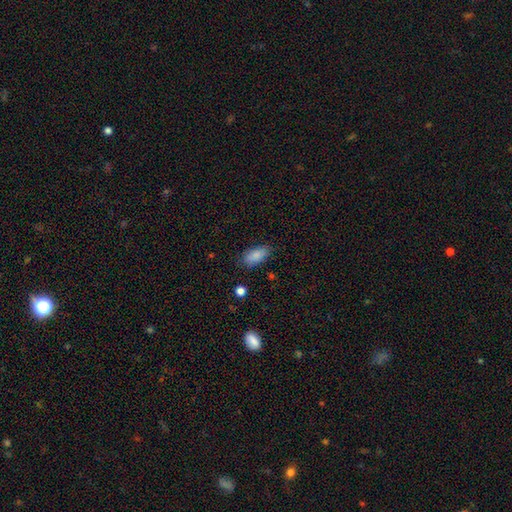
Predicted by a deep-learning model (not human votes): Morphology: type=smooth (86%); roundness=in between (90%); merging=none (79%).